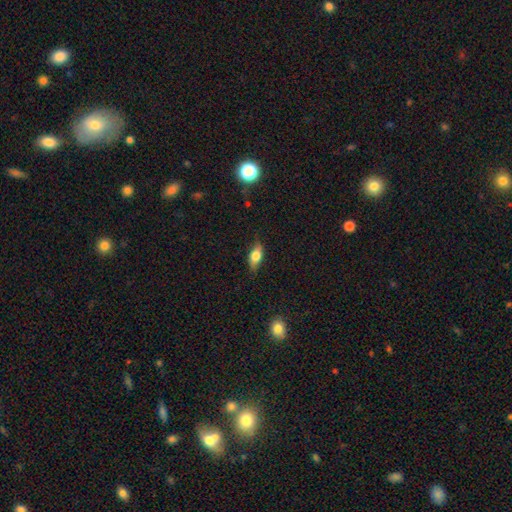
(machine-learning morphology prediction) Smooth or featured? Predicted: smooth (p=0.68). How rounded? Predicted: in between (p=0.80). Merging? Predicted: none (p=0.78).